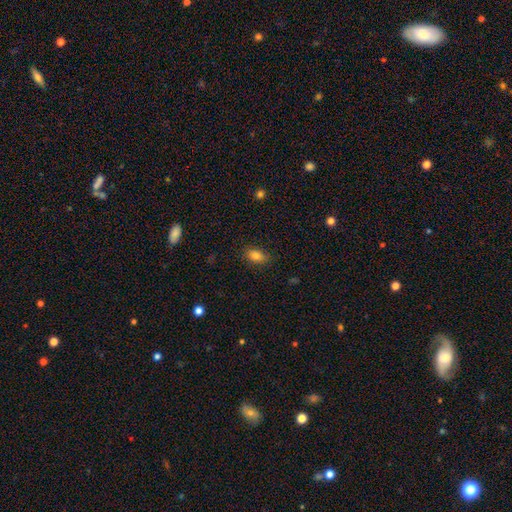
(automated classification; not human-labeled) Smooth or featured: smooth — 83% (star or artifact — 10%)
How rounded: in between — 84% (round — 14%)
Merging: none — 85% (minor disturbance — 12%)